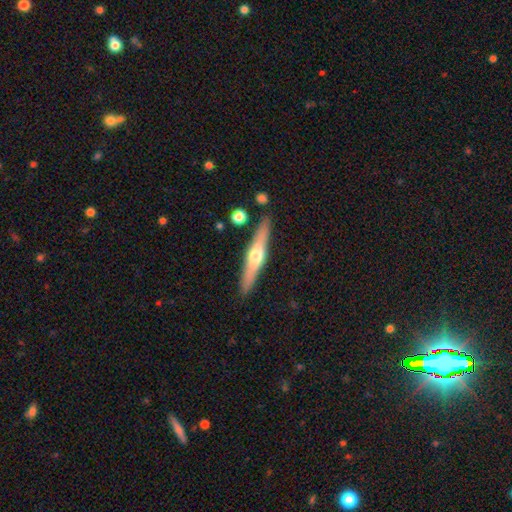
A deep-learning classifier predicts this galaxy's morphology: type=featured or disk (63%); edge-on=yes (96%); edge-on bulge=rounded (91%); merging=none (88%).